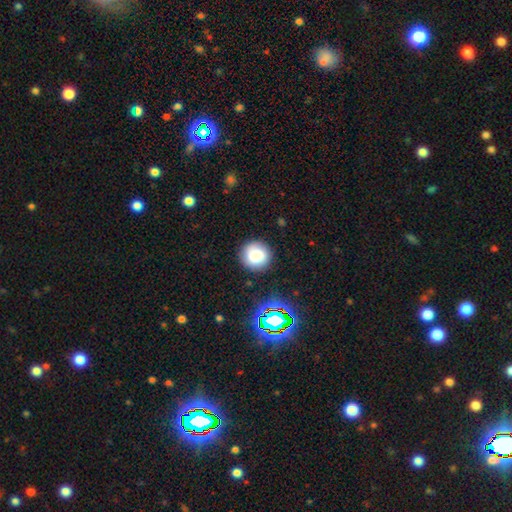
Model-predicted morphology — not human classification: smooth_or_featured: smooth (p=0.78) [alt: star or artifact p=0.13]
how_rounded: round (p=0.94) [alt: in between p=0.05]
merging: none (p=0.89) [alt: minor disturbance p=0.07]